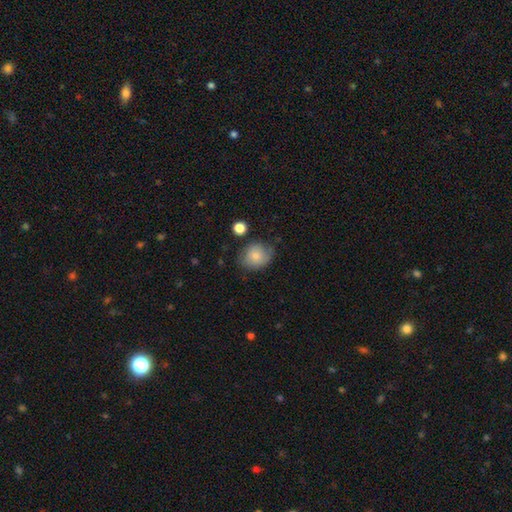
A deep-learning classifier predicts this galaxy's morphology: Smooth or featured? Predicted: smooth (p=0.77). How rounded? Predicted: round (p=0.68). Merging? Predicted: none (p=0.63).